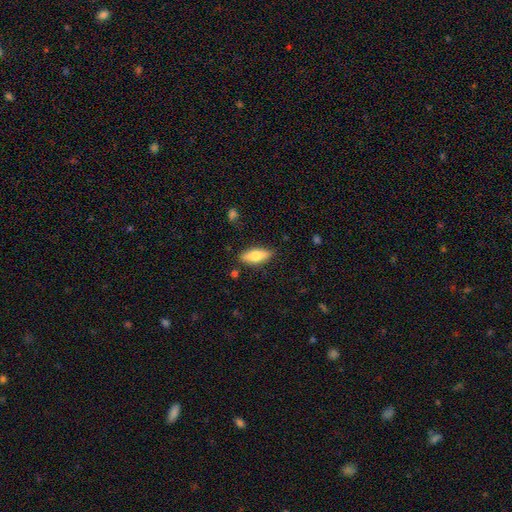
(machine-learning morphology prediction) This is likely a smooth galaxy (71%). How rounded: likely in between (72%). Merging: clearly none (85%).